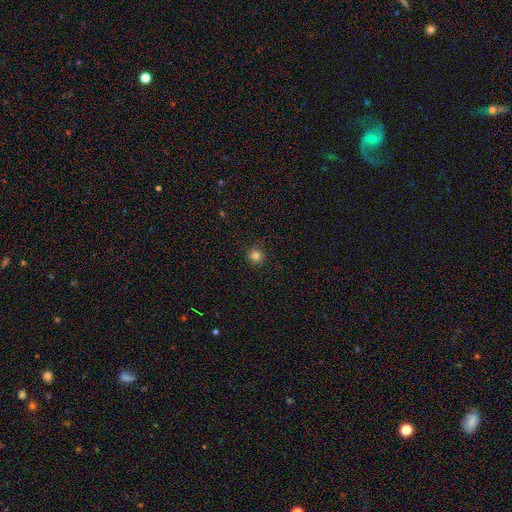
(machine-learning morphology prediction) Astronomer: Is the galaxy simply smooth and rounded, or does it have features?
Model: smooth — 82%.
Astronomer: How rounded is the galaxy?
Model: round — 94%.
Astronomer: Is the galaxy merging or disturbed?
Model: none — 90%.